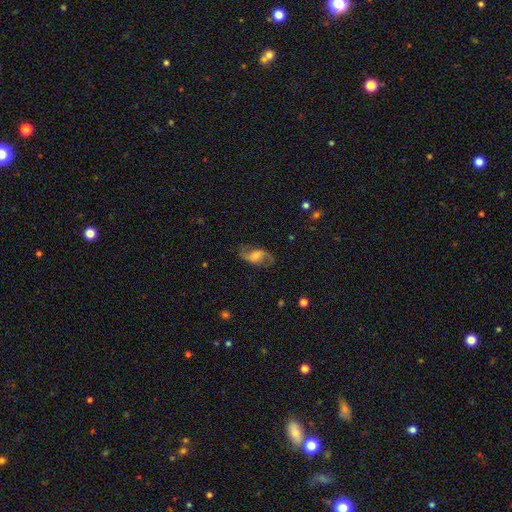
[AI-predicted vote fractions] Overall: featured or disk (76%). Edge-on disk: no (96%). Bar: weak (50%; no 31%). Spiral arms: yes (93%). Spiral arm count: 2 (92%). Spiral winding: loose (61%; medium 32%). Bulge size: moderate (35%; small 29%). Merging: none (78%).